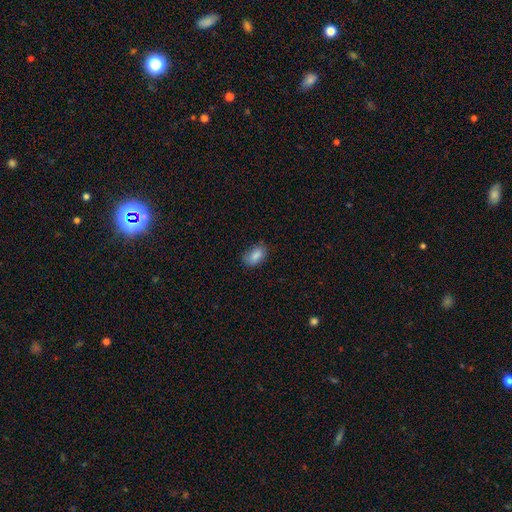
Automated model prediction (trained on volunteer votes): Smooth or featured? Predicted: smooth (p=0.85). How rounded? Predicted: in between (p=0.91). Merging? Predicted: none (p=0.75).